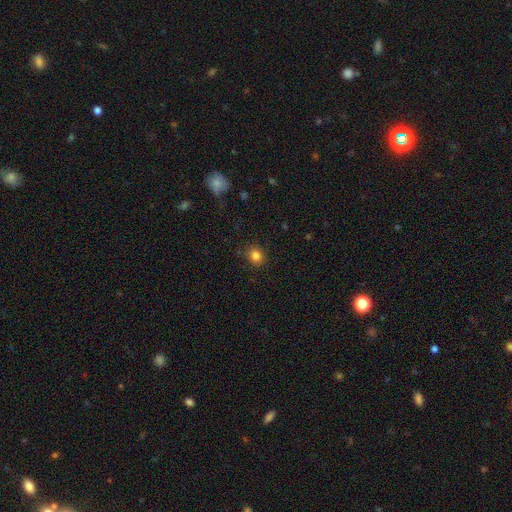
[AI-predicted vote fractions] The model was most divided on "how rounded": round: 77%, in between: 22%, cigar-shaped: 1%. More confident: merging — none (86%); smooth or featured — smooth (83%).